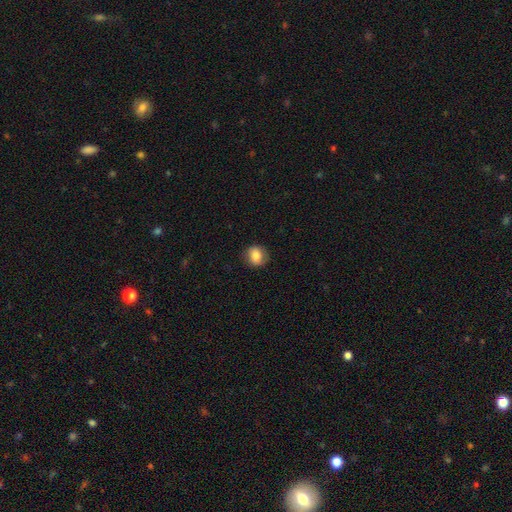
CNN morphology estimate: Smooth or featured? smooth (81%)
How rounded? round (64%)
Merging? none (84%)